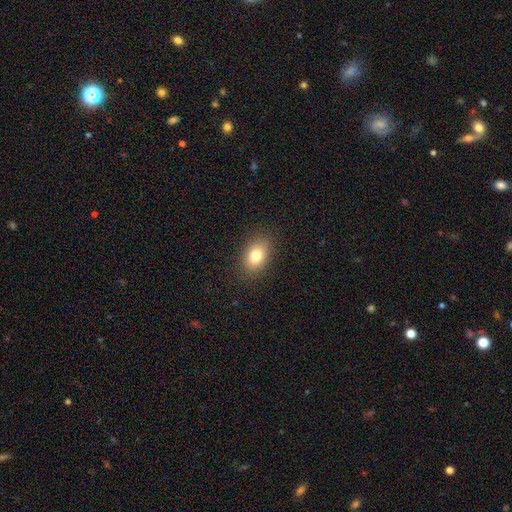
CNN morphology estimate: Q: Smooth or featured?
A: smooth (80%); runner-up: star or artifact (10%)
Q: How rounded?
A: in between (78%); runner-up: round (20%)
Q: Merging?
A: none (87%); runner-up: minor disturbance (9%)